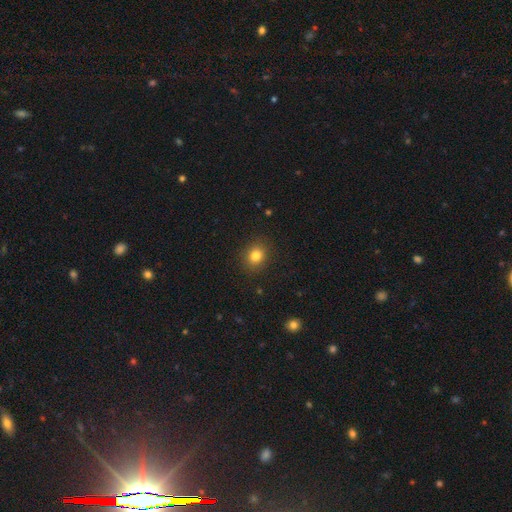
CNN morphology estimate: Smooth or featured?
  - smooth: 82% *
  - star or artifact: 12%
  - featured or disk: 6%
How rounded?
  - round: 72% *
  - in between: 27%
  - cigar-shaped: 1%
Merging?
  - none: 89% *
  - minor disturbance: 7%
  - major disturbance: 2%
  - merger: 1%